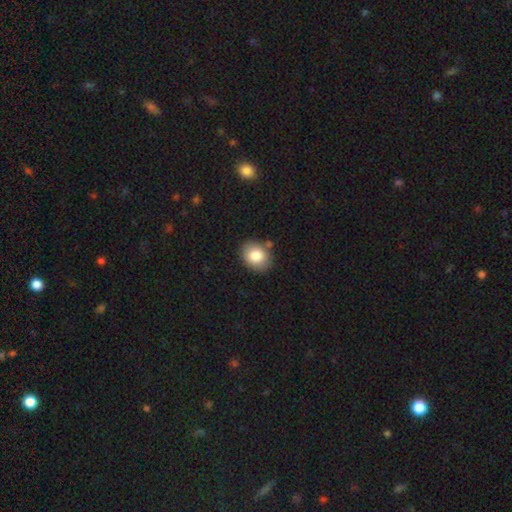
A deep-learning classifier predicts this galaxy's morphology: type=smooth (82%); roundness=in between (51%); merging=none (80%).